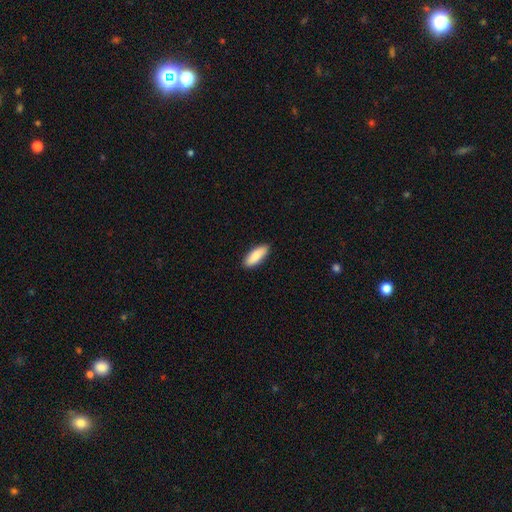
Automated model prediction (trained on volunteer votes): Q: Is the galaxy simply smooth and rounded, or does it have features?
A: smooth — 87%.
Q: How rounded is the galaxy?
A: in between — 67%.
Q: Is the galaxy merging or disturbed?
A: none — 89%.